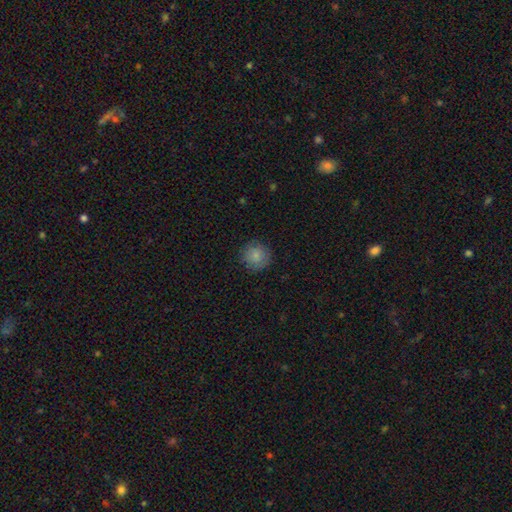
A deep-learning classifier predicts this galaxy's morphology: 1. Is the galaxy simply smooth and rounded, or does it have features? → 84% smooth, 9% star or artifact, 7% featured or disk.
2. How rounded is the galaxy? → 94% round, 5% in between, 1% cigar-shaped.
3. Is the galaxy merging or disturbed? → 86% none, 11% minor disturbance, 3% major disturbance, 1% merger.